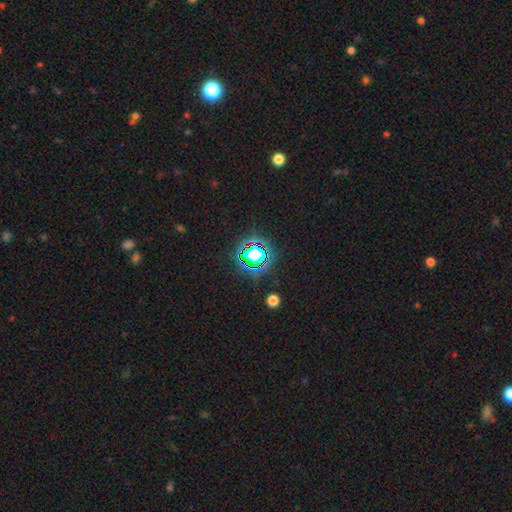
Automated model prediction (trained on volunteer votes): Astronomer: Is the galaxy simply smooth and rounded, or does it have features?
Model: star or artifact — 68%.